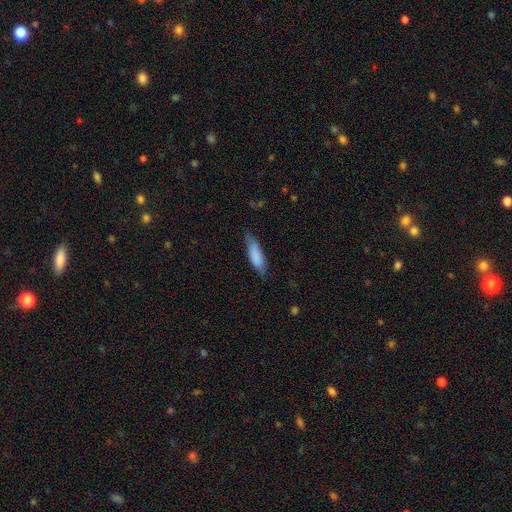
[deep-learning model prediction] This is clearly a smooth galaxy (83%). How rounded: possibly cigar-shaped (53%). Merging: likely none (69%).